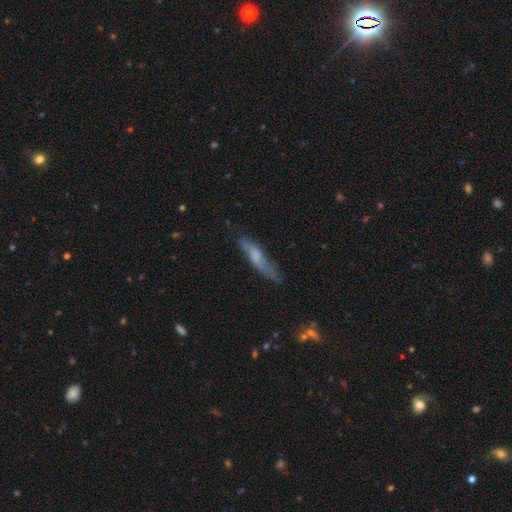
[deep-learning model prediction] Overall: smooth (51%; featured or disk 42%). How rounded: cigar-shaped (80%). Merging: none (63%; minor disturbance 26%).